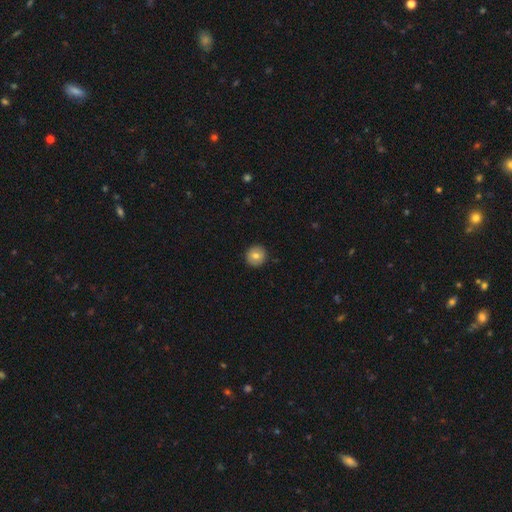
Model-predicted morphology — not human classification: Smooth or featured? smooth (74%)
How rounded? round (94%)
Merging? none (91%)